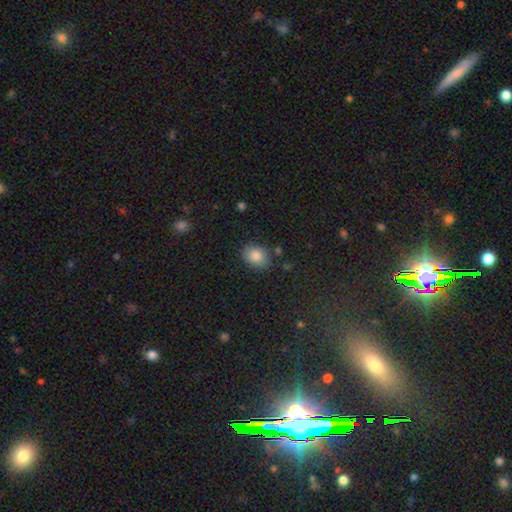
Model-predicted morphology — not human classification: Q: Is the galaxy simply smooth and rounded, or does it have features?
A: smooth — 85%.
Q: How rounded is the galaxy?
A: in between — 60%.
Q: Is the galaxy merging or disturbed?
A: none — 81%.